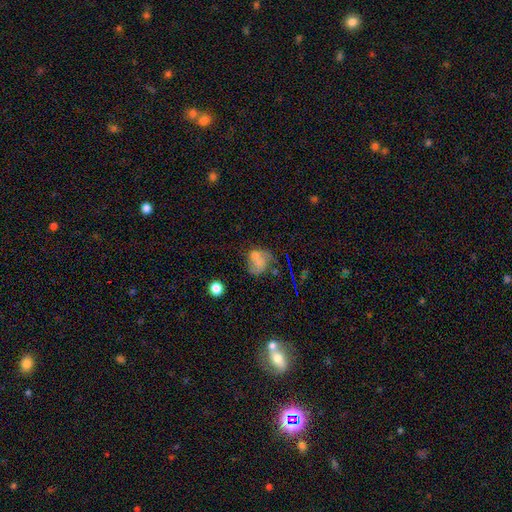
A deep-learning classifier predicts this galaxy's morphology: Overall: featured or disk (44%; smooth 40%). Merging: none (35%; merger 26%).